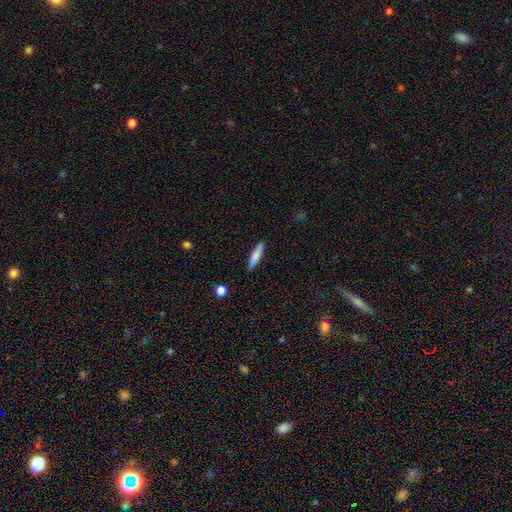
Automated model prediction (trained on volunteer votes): A smooth galaxy with no disk features (77%) that is cigar-shaped (82%).

Vote fractions:
- Smooth or featured? smooth: 77% / featured or disk: 17% / star or artifact: 6%
- How rounded? cigar-shaped: 82% / in between: 16% / round: 2%
- Merging? none: 89% / minor disturbance: 8% / major disturbance: 2% / merger: 1%